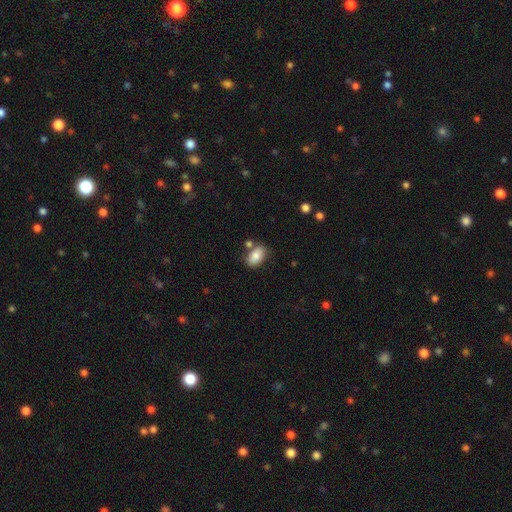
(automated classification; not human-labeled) Q: Smooth or featured?
A: smooth (84%); runner-up: featured or disk (8%)
Q: How rounded?
A: in between (91%); runner-up: round (7%)
Q: Merging?
A: none (71%); runner-up: minor disturbance (13%)